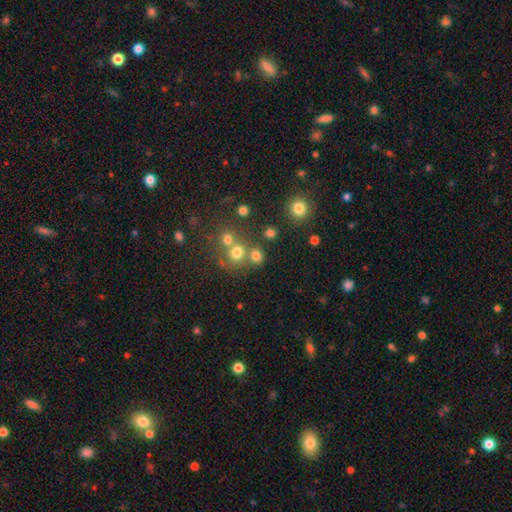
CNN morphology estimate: smooth 74%, star or artifact 17%, featured or disk 9%. Down the decision tree: how rounded — round (81%); merging — none (60%).